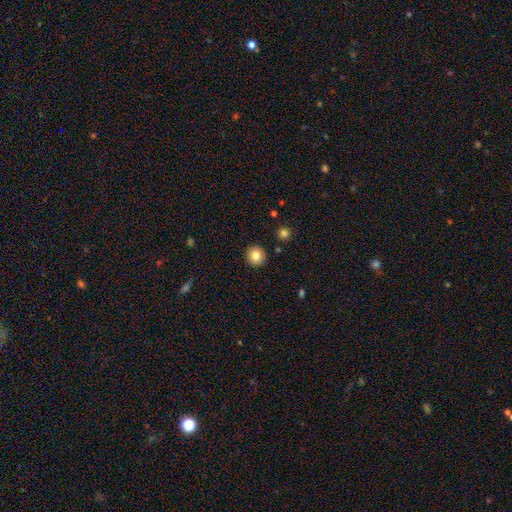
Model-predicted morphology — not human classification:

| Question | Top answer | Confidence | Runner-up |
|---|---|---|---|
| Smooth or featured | smooth | 83% | star or artifact (10%) |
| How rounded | round | 94% | in between (5%) |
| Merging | none | 92% | minor disturbance (5%) |